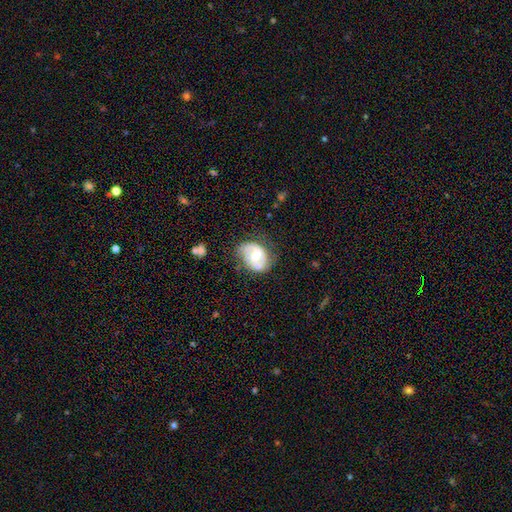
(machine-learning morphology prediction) type=featured or disk (65%); edge-on=no (97%); bar=weak (45%); spiral arms=yes (73%); bulge=moderate (69%); merging=none (61%).